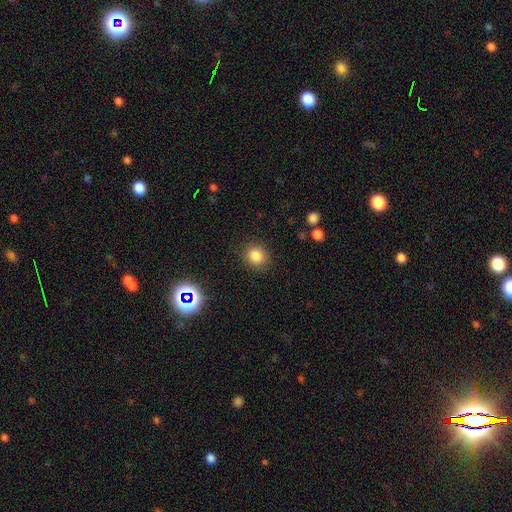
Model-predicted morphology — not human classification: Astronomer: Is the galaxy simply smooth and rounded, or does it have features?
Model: smooth — 83%.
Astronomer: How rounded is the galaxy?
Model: round — 82%.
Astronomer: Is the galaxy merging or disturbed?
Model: none — 89%.